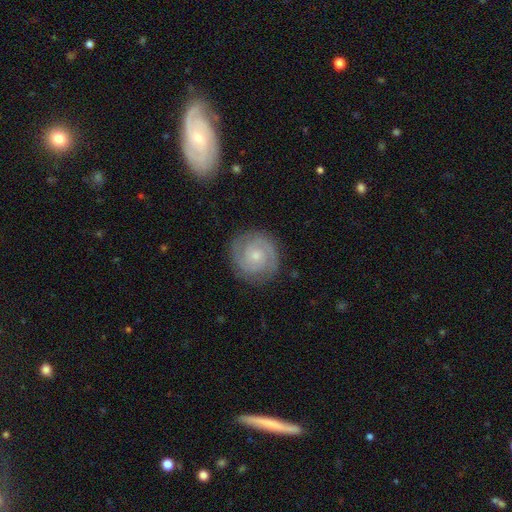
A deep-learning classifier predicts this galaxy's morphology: A featured or disk galaxy (82%) with no bar (69%), 2 (77%) tight (70%) spiral arms (97%) and a small central bulge (62%).

Vote fractions:
- Smooth or featured? featured or disk: 82% / smooth: 13% / star or artifact: 5%
- Edge-on disk? no: 98% / yes: 2%
- Bar? no: 69% / weak: 26% / strong: 4%
- Spiral arms? yes: 97% / no: 3%
- Spiral winding? tight: 70% / medium: 26% / loose: 4%
- Spiral arm count? 2: 77% / 3: 9% / can't tell: 8% / 1: 2% / 4: 2% / more than 4: 2%
- Bulge size? small: 62% / moderate: 32% / none: 3% / large: 2% / dominant: 1%
- Merging? none: 86% / minor disturbance: 10% / major disturbance: 3% / merger: 1%